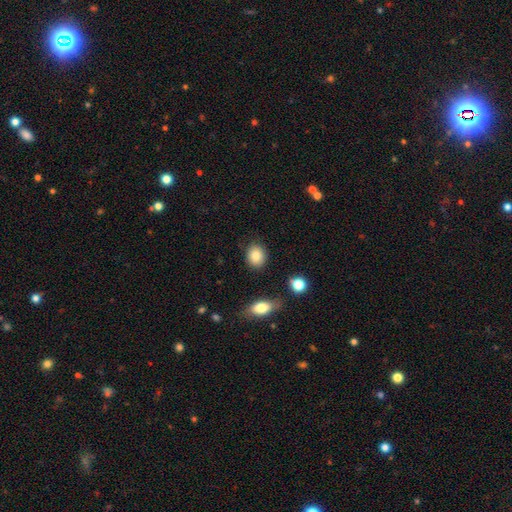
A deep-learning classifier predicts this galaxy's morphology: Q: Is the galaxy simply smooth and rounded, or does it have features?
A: smooth — 85%.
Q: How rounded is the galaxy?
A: round — 57%.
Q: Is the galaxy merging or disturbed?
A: none — 87%.